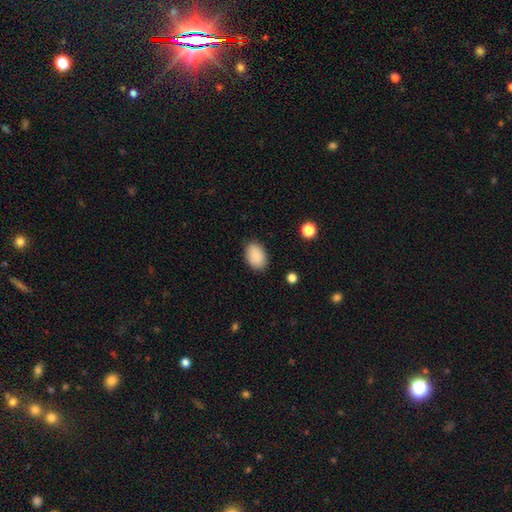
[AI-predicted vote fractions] This appears to be a smooth galaxy with no disk features (89%) that is in between round and cigar-shaped (88%). Merging: none (86%).